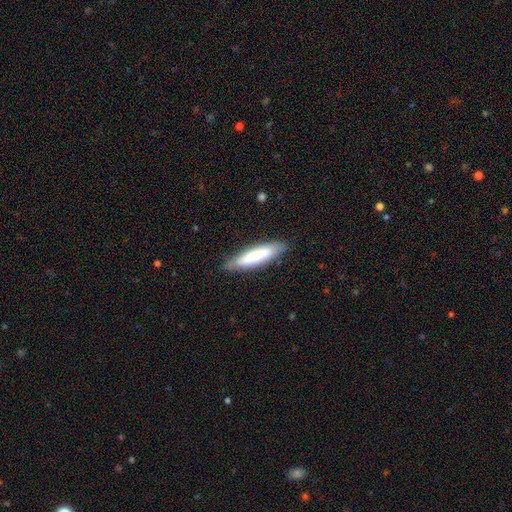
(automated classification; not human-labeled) Smooth or featured?
  - smooth: 70% *
  - featured or disk: 24%
  - star or artifact: 6%
How rounded?
  - cigar-shaped: 71% *
  - in between: 27%
  - round: 1%
Merging?
  - none: 80% *
  - minor disturbance: 16%
  - major disturbance: 3%
  - merger: 2%